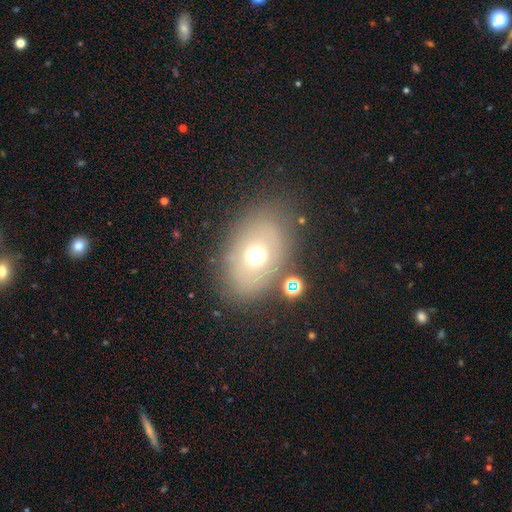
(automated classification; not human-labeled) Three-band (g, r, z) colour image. It shows a smooth galaxy with no disk features (60%) that is in between round and cigar-shaped (71%). Merging: none (75%).